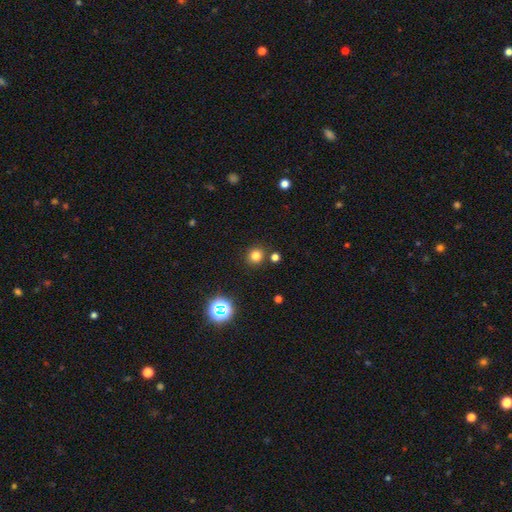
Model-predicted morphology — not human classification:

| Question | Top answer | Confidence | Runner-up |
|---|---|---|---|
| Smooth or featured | smooth | 78% | star or artifact (17%) |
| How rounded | round | 92% | in between (7%) |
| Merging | none | 85% | minor disturbance (7%) |